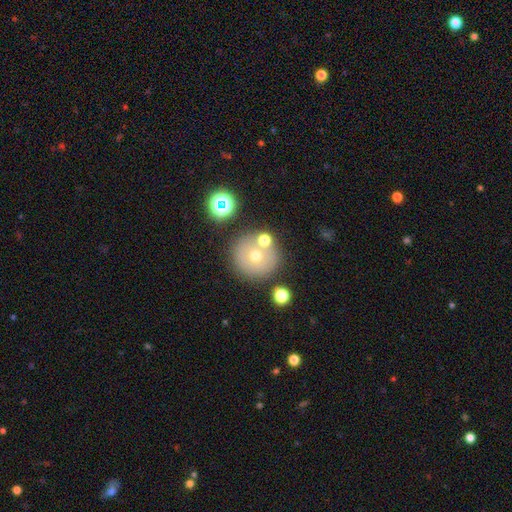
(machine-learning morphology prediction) The model was most divided on "smooth or featured": smooth: 62%, featured or disk: 21%, star or artifact: 17%. More confident: how rounded — round (94%); merging — none (73%).